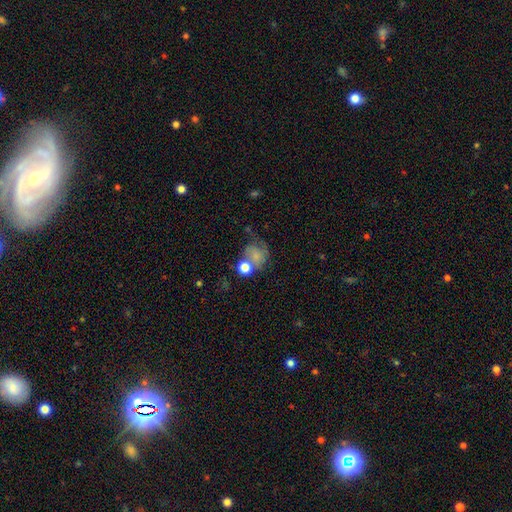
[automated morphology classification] Smooth or featured: smooth — 64% (featured or disk — 22%)
How rounded: round — 65% (in between — 34%)
Merging: none — 33% (merger — 27%)